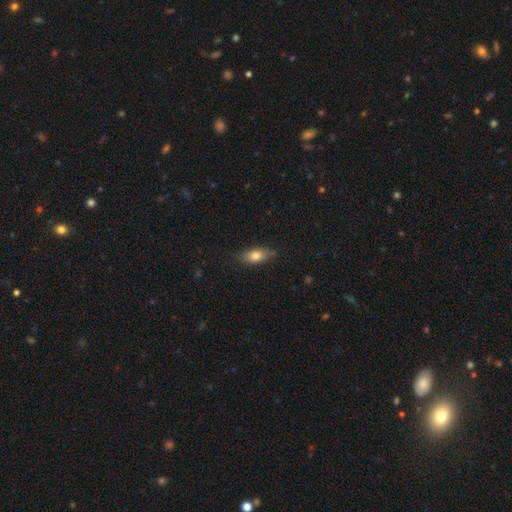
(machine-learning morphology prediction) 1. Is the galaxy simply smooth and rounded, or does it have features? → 74% smooth, 18% featured or disk, 8% star or artifact.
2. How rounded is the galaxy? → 79% in between, 15% cigar-shaped, 5% round.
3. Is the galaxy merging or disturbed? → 77% none, 19% minor disturbance, 3% major disturbance, 1% merger.